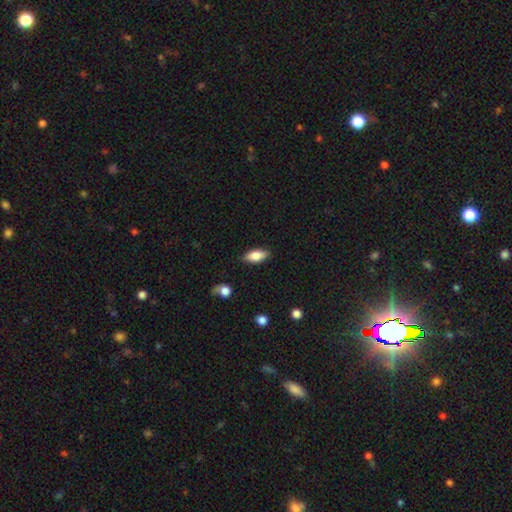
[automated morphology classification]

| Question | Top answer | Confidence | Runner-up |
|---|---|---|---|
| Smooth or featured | smooth | 78% | featured or disk (15%) |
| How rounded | in between | 84% | cigar-shaped (13%) |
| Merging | none | 85% | minor disturbance (11%) |